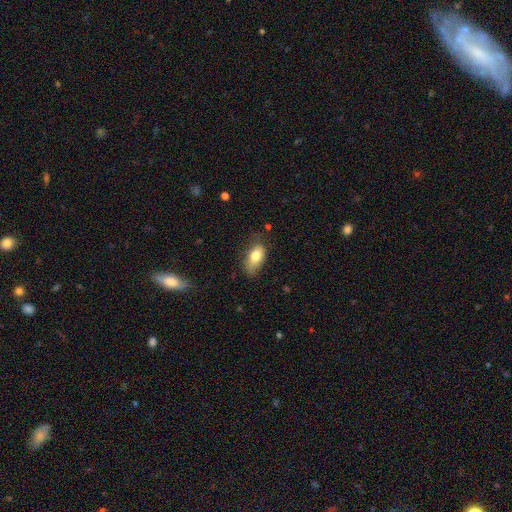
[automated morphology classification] smooth 78%, featured or disk 15%, star or artifact 7%. Down the decision tree: how rounded — in between (90%); merging — none (64%).